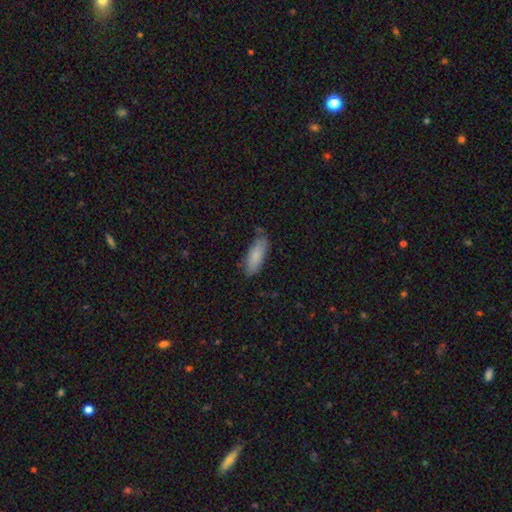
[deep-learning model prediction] A smooth galaxy with no disk features (84%) that is in between round and cigar-shaped (65%). Merging: none (71%).